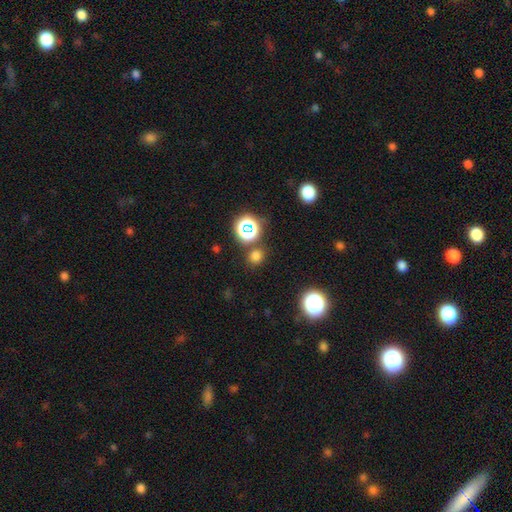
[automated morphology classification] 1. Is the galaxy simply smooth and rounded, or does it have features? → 71% smooth, 24% star or artifact, 5% featured or disk.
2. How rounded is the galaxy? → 84% round, 15% in between, 1% cigar-shaped.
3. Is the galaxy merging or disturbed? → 82% none, 8% minor disturbance, 6% merger, 3% major disturbance.